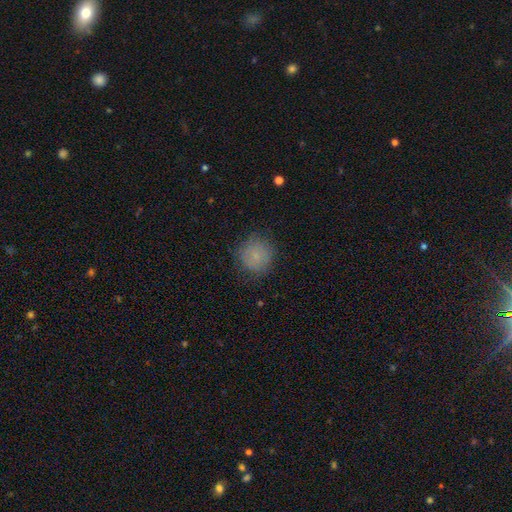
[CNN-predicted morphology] type=smooth (78%); roundness=round (92%); merging=none (80%).